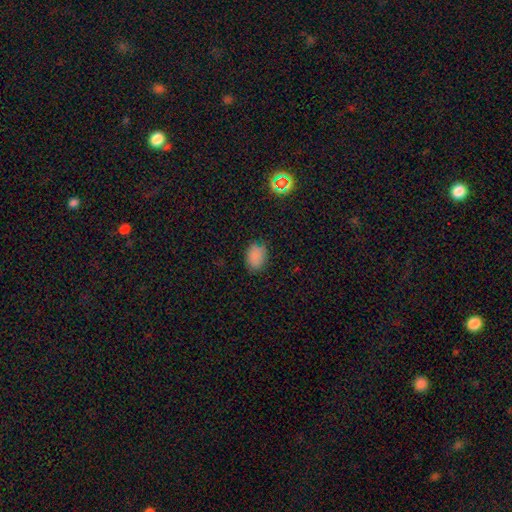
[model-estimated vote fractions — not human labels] The model was most divided on "how rounded": in between: 75%, round: 23%, cigar-shaped: 1%. More confident: smooth or featured — smooth (84%); merging — none (77%).